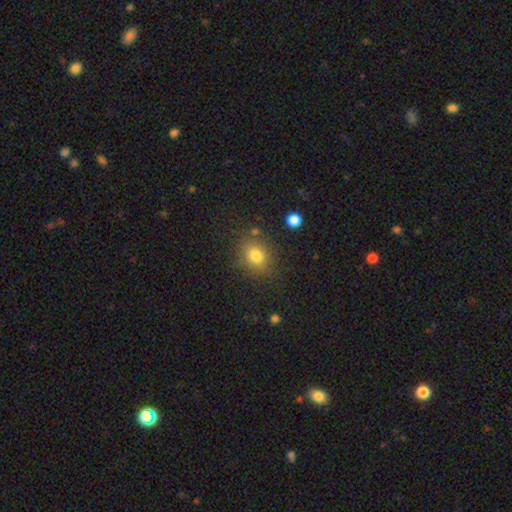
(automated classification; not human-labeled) A smooth galaxy with no disk features (79%) that is round (57%). Merging: none (80%).